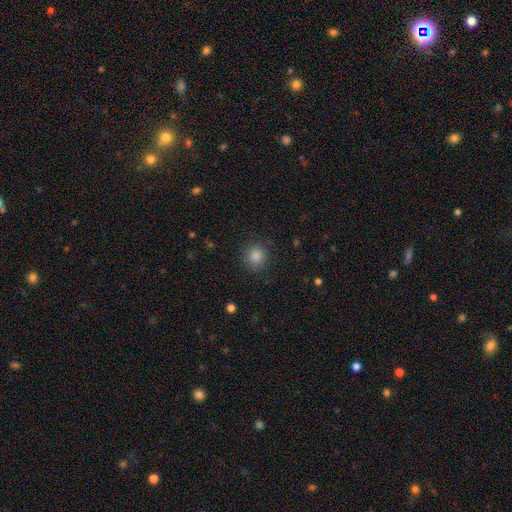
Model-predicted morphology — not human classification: type=smooth (84%); roundness=round (92%); merging=none (89%).